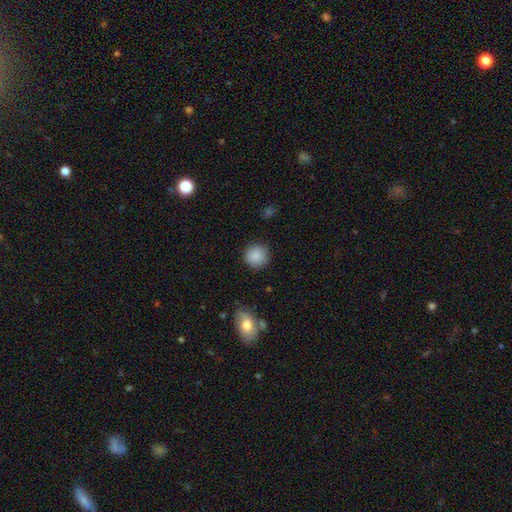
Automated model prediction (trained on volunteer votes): Smooth or featured?
  - smooth: 87% *
  - star or artifact: 8%
  - featured or disk: 5%
How rounded?
  - round: 93% *
  - in between: 6%
  - cigar-shaped: 1%
Merging?
  - none: 89% *
  - minor disturbance: 8%
  - major disturbance: 2%
  - merger: 1%